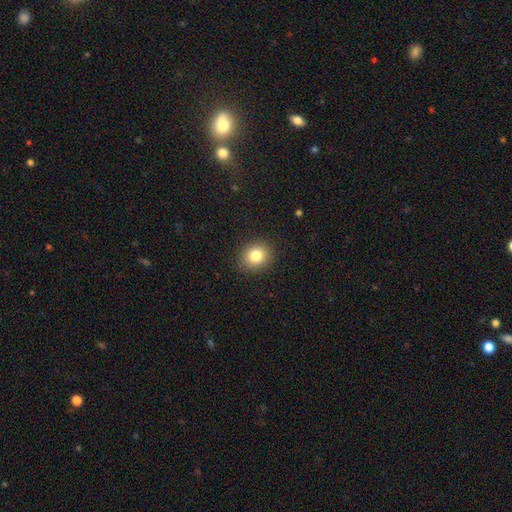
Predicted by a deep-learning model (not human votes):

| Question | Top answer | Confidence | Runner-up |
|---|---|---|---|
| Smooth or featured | smooth | 82% | star or artifact (11%) |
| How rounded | round | 73% | in between (26%) |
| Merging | none | 90% | minor disturbance (7%) |